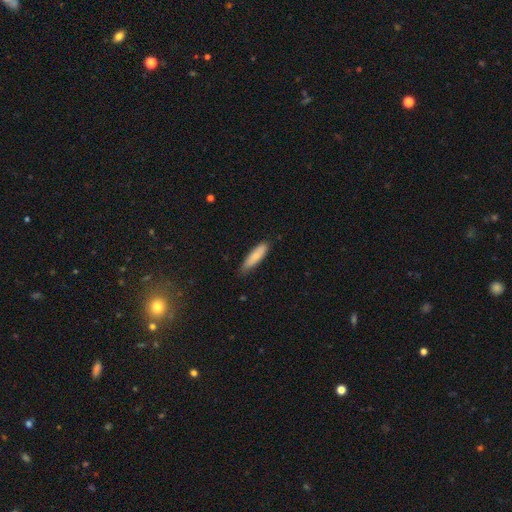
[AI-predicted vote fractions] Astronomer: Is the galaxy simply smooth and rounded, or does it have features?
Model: smooth — 79%.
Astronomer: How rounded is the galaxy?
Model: cigar-shaped — 66%.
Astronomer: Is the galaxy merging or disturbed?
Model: none — 78%.